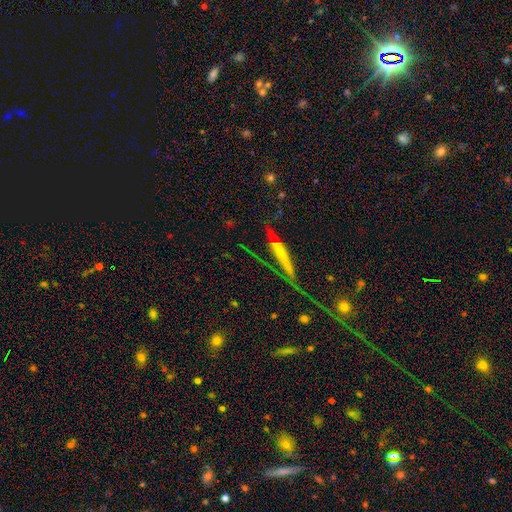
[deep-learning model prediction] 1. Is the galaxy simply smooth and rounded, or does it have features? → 44% featured or disk, 30% smooth, 26% star or artifact.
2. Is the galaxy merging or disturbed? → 76% none, 14% minor disturbance, 6% major disturbance, 4% merger.